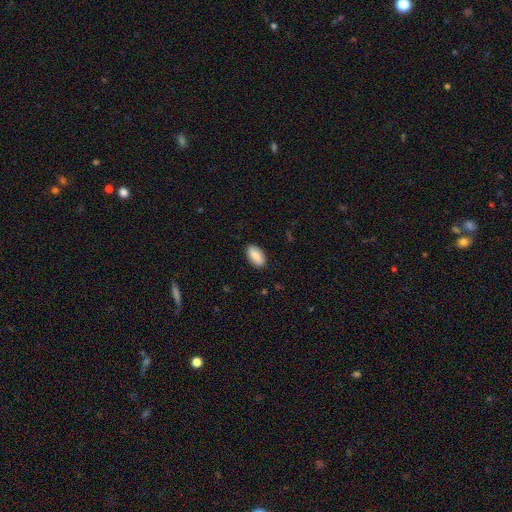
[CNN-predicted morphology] Smooth or featured: smooth — 81% (featured or disk — 13%)
How rounded: in between — 93% (cigar-shaped — 4%)
Merging: none — 87% (minor disturbance — 10%)